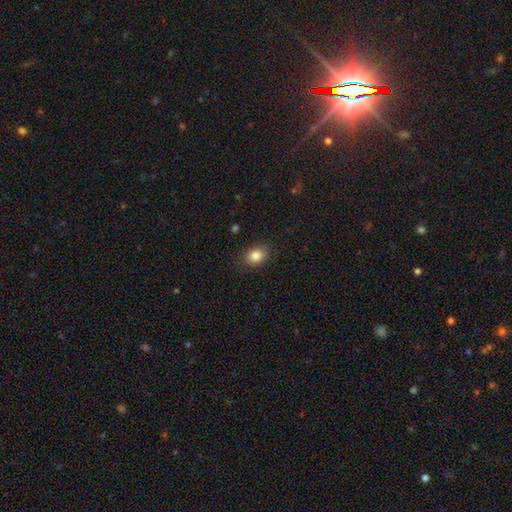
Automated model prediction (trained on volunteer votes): Morphology: type=smooth (84%); roundness=in between (59%); merging=none (86%).